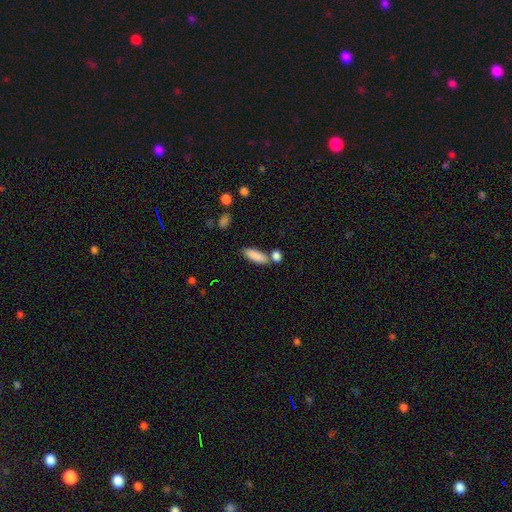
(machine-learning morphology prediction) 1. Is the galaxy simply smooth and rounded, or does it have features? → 87% smooth, 7% star or artifact, 6% featured or disk.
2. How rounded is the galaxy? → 64% in between, 33% cigar-shaped, 3% round.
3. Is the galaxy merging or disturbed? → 64% none, 21% merger, 12% minor disturbance, 3% major disturbance.